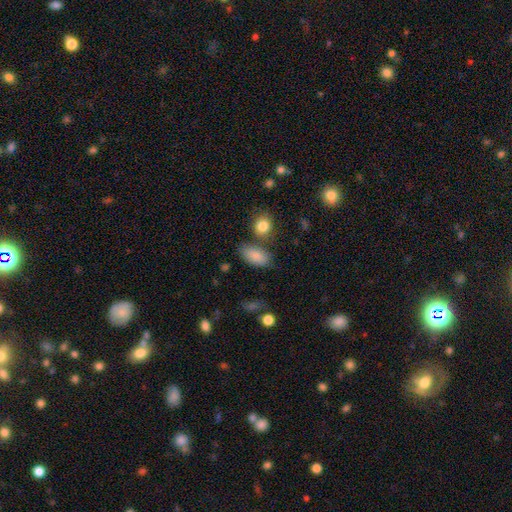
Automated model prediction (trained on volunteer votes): Smooth or featured: smooth — 84% (featured or disk — 8%)
How rounded: in between — 90% (round — 7%)
Merging: none — 65% (minor disturbance — 18%)